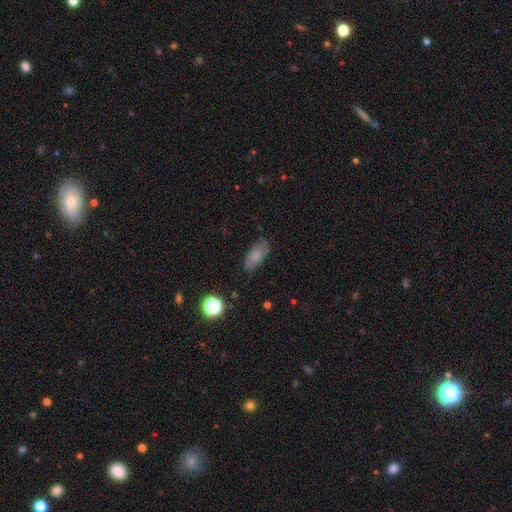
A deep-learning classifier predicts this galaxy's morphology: Q: Smooth or featured?
A: smooth (76%); runner-up: featured or disk (14%)
Q: How rounded?
A: in between (88%); runner-up: cigar-shaped (8%)
Q: Merging?
A: none (74%); runner-up: minor disturbance (19%)